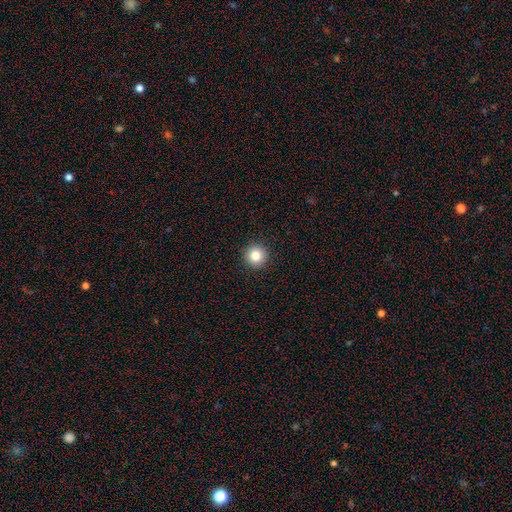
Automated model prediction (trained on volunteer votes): Smooth or featured: smooth — 84% (star or artifact — 10%)
How rounded: round — 96% (in between — 4%)
Merging: none — 93% (minor disturbance — 4%)